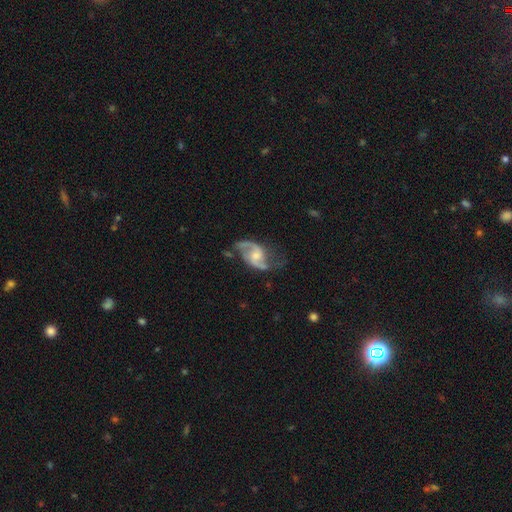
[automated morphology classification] Smooth or featured? Predicted: featured or disk (p=0.88). Edge-on disk? Predicted: no (p=0.97). Bar? Predicted: no (p=0.46). Spiral arms? Predicted: yes (p=0.96). Spiral winding? Predicted: loose (p=0.55). Spiral arm count? Predicted: 2 (p=0.92). Bulge size? Predicted: moderate (p=0.43). Merging? Predicted: none (p=0.61).